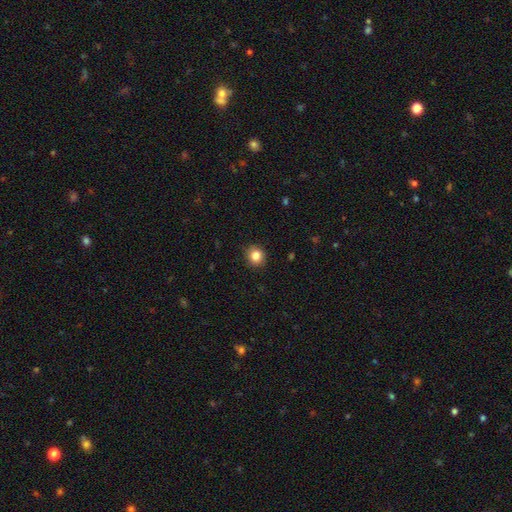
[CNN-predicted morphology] A smooth galaxy with no disk features (84%) that is round (87%). Merging: none (89%).